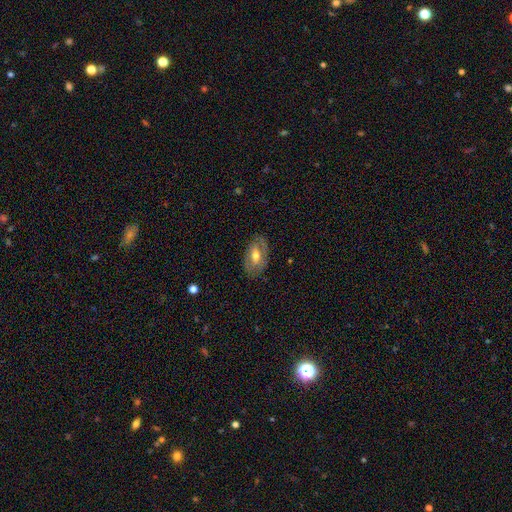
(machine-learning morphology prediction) A featured or disk galaxy (52%).

Vote fractions:
- Smooth or featured? featured or disk: 52% / smooth: 41% / star or artifact: 7%
- Edge-on disk? no: 89% / yes: 11%
- Merging? none: 78% / minor disturbance: 16% / major disturbance: 5% / merger: 1%